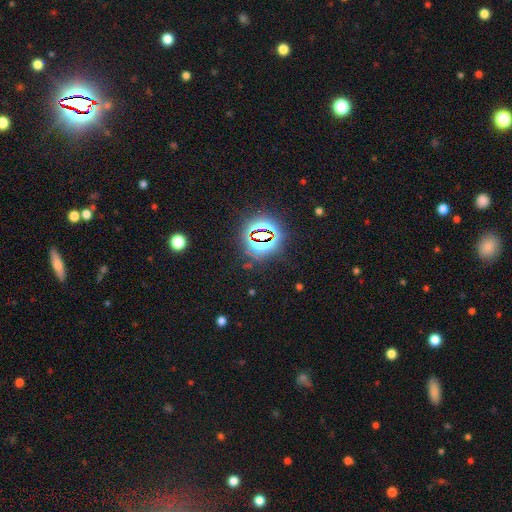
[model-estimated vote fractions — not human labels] Smooth or featured: star or artifact — 82% (smooth — 11%)